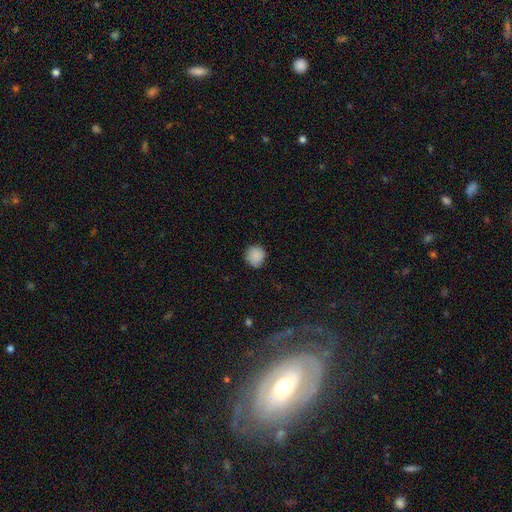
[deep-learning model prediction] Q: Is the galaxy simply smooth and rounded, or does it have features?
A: smooth — 86%.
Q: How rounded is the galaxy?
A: round — 90%.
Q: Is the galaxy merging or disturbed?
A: none — 82%.